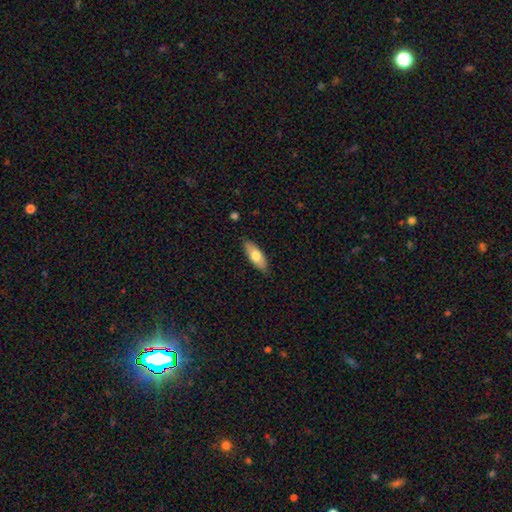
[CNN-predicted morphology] Overall: smooth (70%). How rounded: in between (73%). Merging: none (85%).